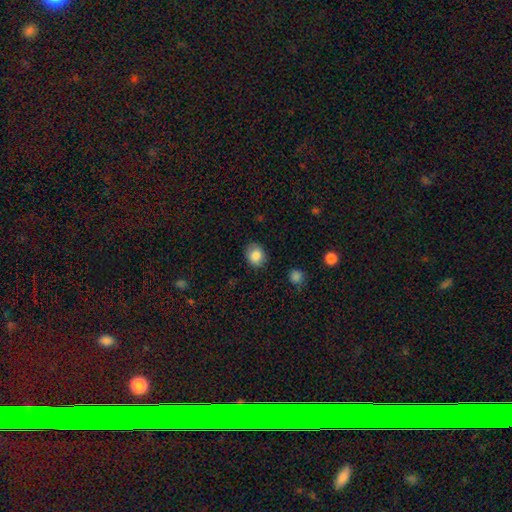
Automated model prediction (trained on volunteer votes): Smooth or featured? Predicted: smooth (p=0.85). How rounded? Predicted: round (p=0.50). Merging? Predicted: none (p=0.83).